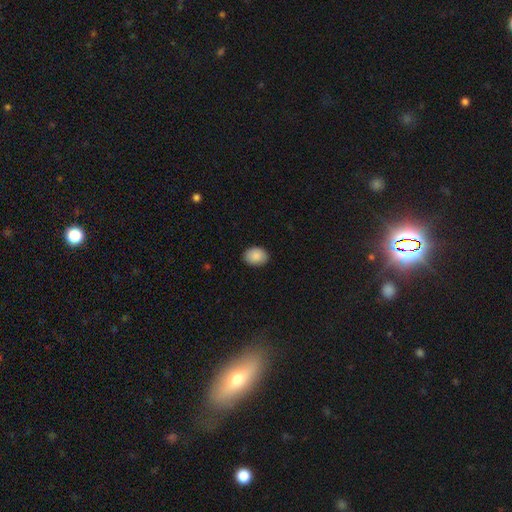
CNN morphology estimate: This is clearly a smooth galaxy (89%). How rounded: likely in between (68%). Merging: clearly none (88%).